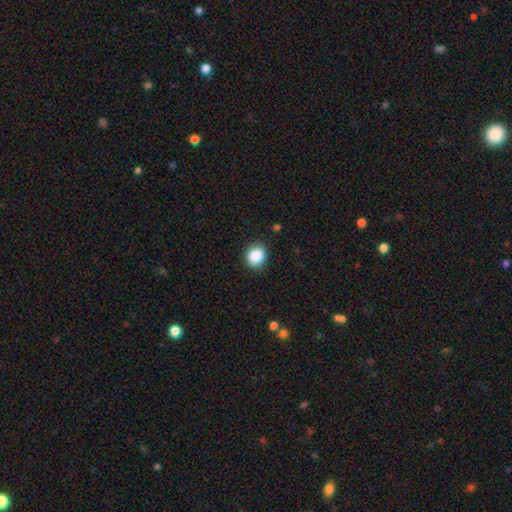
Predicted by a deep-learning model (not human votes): The model was most divided on "how rounded": round: 74%, in between: 26%, cigar-shaped: 1%. More confident: smooth or featured — smooth (86%); merging — none (86%).